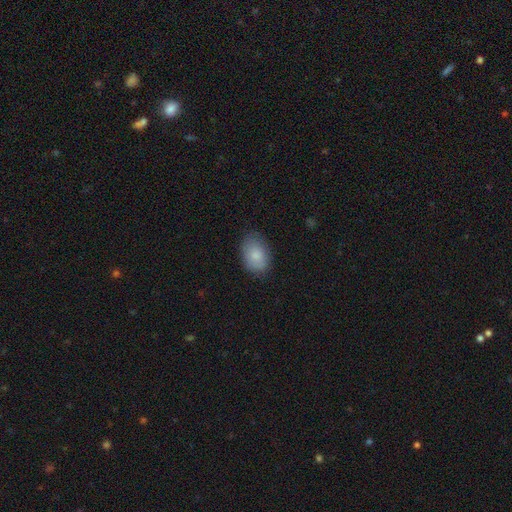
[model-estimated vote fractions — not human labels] Morphology: type=smooth (85%); roundness=in between (83%); merging=none (78%).